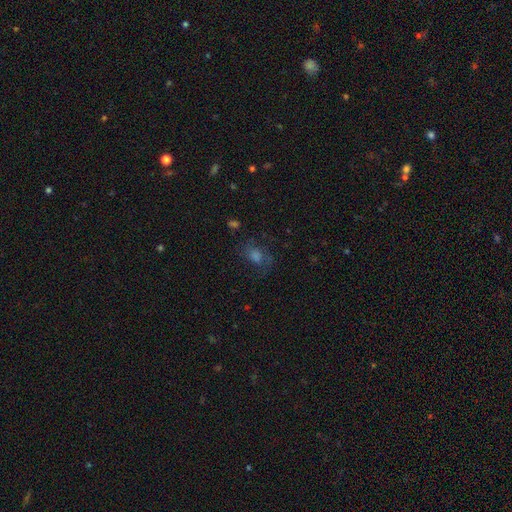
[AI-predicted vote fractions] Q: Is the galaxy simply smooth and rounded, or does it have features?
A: smooth — 40%.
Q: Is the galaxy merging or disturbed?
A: none — 64%.